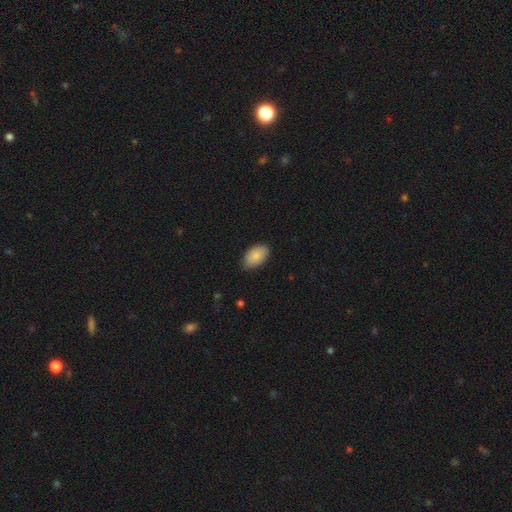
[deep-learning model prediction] smooth-or-featured: smooth: 85% | featured or disk: 8% | star or artifact: 6%
  how-rounded: in between: 94% | round: 5% | cigar-shaped: 1%
  merging: none: 82% | minor disturbance: 15% | major disturbance: 2% | merger: 1%